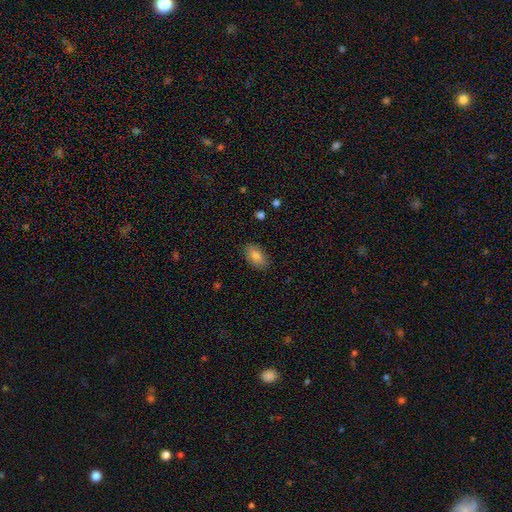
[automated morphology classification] smooth_or_featured: smooth (p=0.83) [alt: featured or disk p=0.09]
how_rounded: in between (p=0.92) [alt: round p=0.05]
merging: none (p=0.87) [alt: minor disturbance p=0.10]